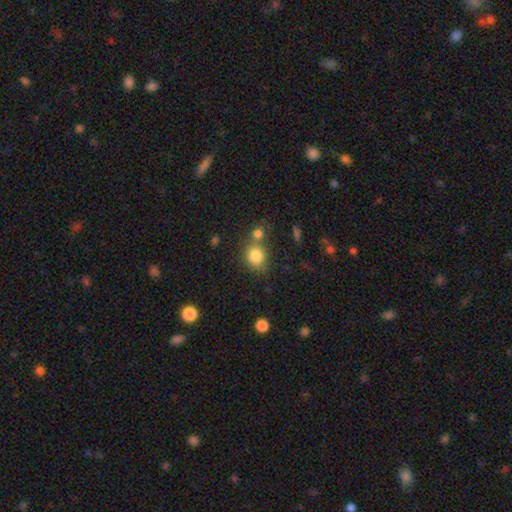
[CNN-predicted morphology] This is clearly a smooth galaxy (82%). How rounded: likely round (74%). Merging: possibly none (58%).